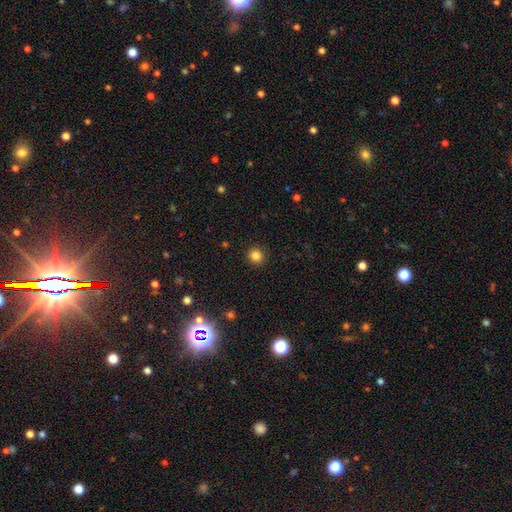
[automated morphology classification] type=smooth (84%); roundness=round (92%); merging=none (92%).